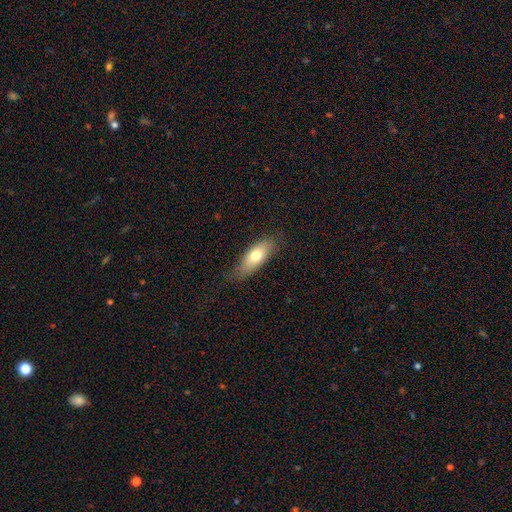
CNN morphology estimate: Smooth or featured: smooth — 71% (featured or disk — 23%)
How rounded: in between — 73% (cigar-shaped — 24%)
Merging: none — 73% (minor disturbance — 20%)